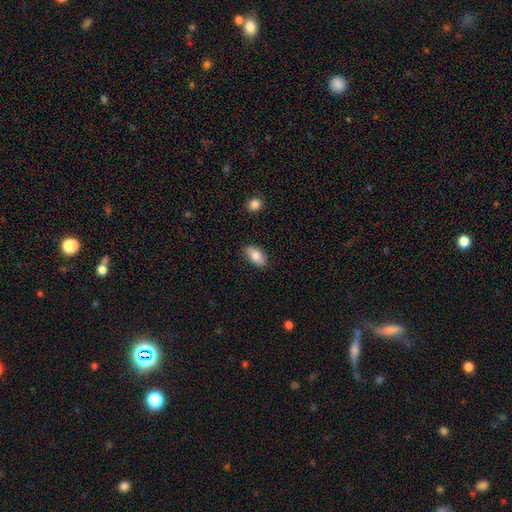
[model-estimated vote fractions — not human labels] smooth_or_featured: smooth (p=0.80) [alt: featured or disk p=0.14]
how_rounded: in between (p=0.92) [alt: round p=0.05]
merging: none (p=0.84) [alt: minor disturbance p=0.12]